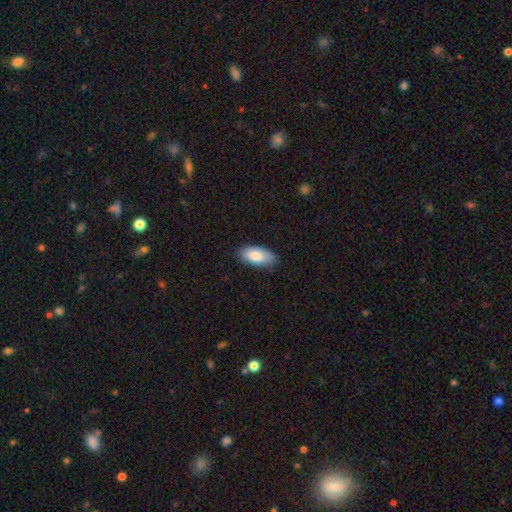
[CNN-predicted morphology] type=smooth (83%); roundness=in between (92%); merging=none (79%).